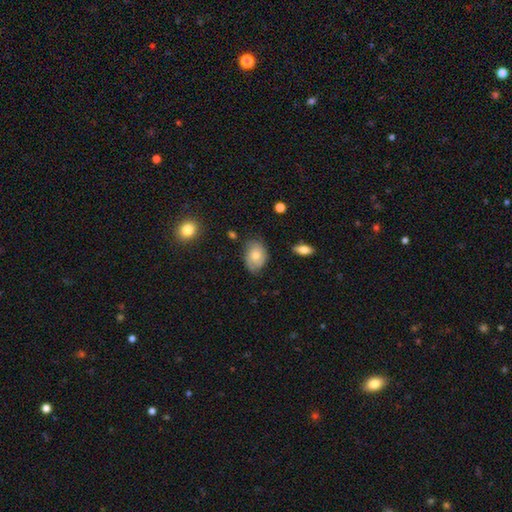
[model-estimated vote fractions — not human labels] Q: Smooth or featured?
A: smooth (67%); runner-up: featured or disk (25%)
Q: How rounded?
A: in between (76%); runner-up: round (23%)
Q: Merging?
A: none (65%); runner-up: minor disturbance (27%)